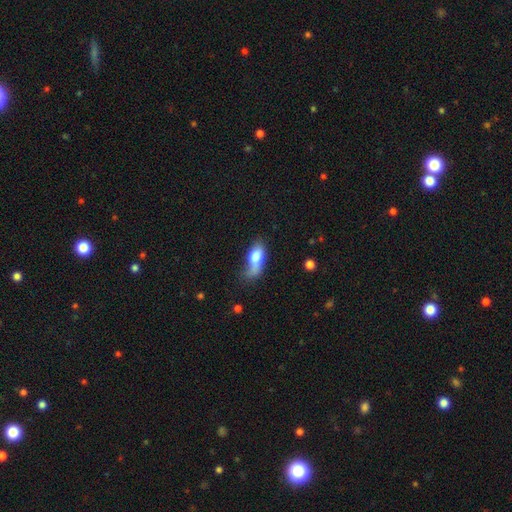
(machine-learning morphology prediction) Smooth or featured?
  - smooth: 72% *
  - featured or disk: 20%
  - star or artifact: 8%
How rounded?
  - in between: 80% *
  - cigar-shaped: 14%
  - round: 6%
Merging?
  - minor disturbance: 31% *
  - none: 30%
  - major disturbance: 26%
  - merger: 13%